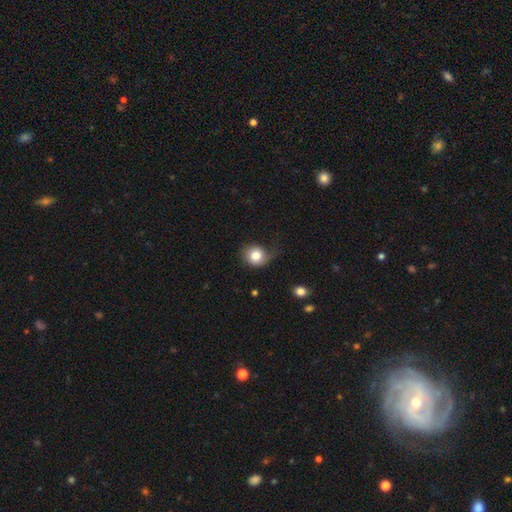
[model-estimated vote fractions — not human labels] A smooth galaxy with no disk features (81%) that is round (79%). Merging: none (49%).